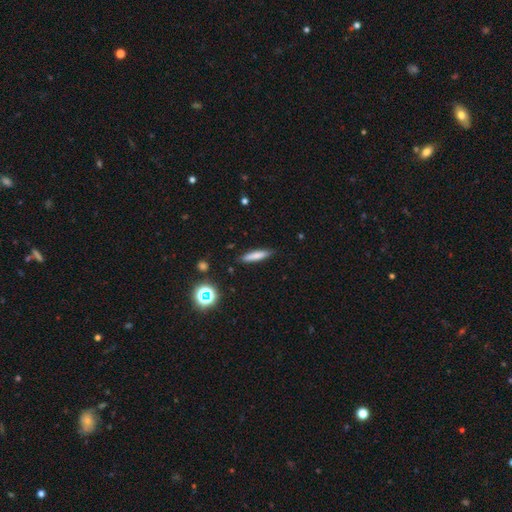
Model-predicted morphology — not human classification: Overall: smooth (75%). How rounded: cigar-shaped (84%). Merging: none (87%).